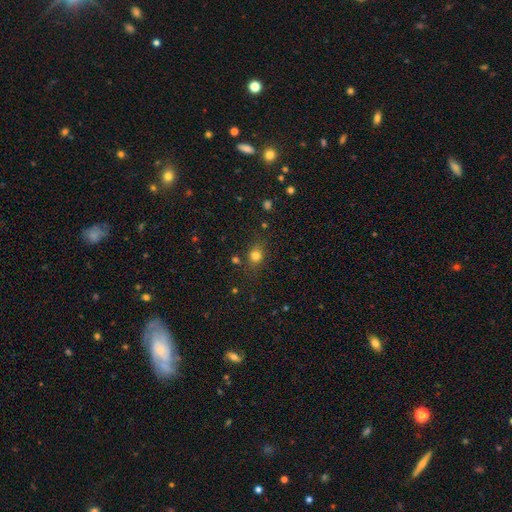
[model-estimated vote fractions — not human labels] Morphology: type=smooth (77%); roundness=round (68%); merging=none (76%).